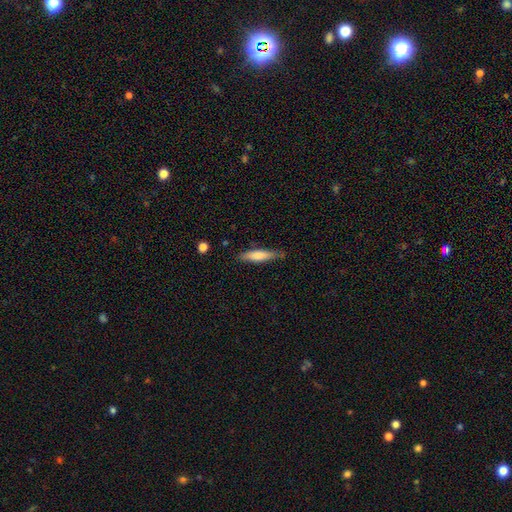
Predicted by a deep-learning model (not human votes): Q: Smooth or featured?
A: smooth (66%); runner-up: featured or disk (28%)
Q: How rounded?
A: cigar-shaped (83%); runner-up: in between (16%)
Q: Merging?
A: none (80%); runner-up: minor disturbance (15%)